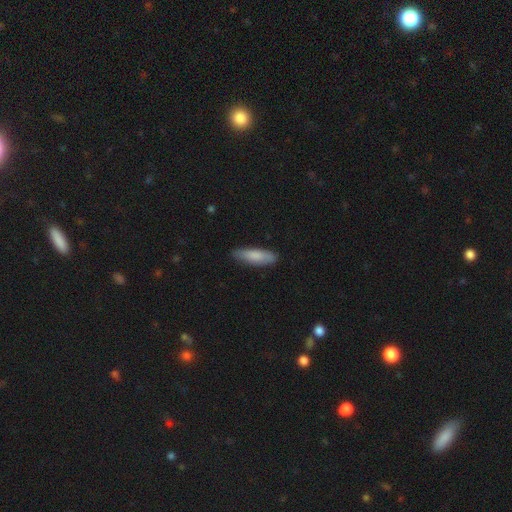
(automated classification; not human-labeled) smooth 81%, featured or disk 13%, star or artifact 6%. Down the decision tree: how rounded — cigar-shaped (60%); merging — none (84%).